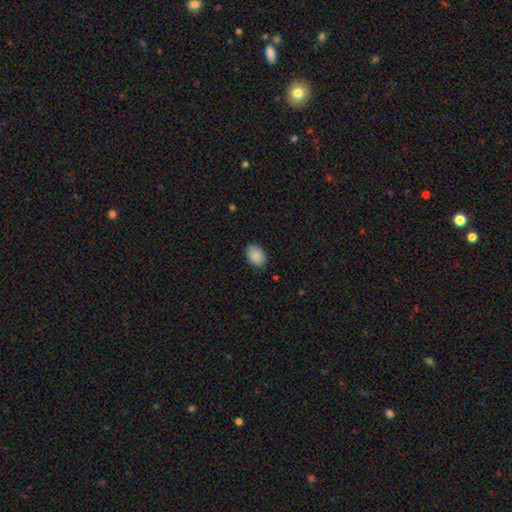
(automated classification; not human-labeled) This is clearly a smooth galaxy (90%). How rounded: likely in between (75%). Merging: clearly none (85%).